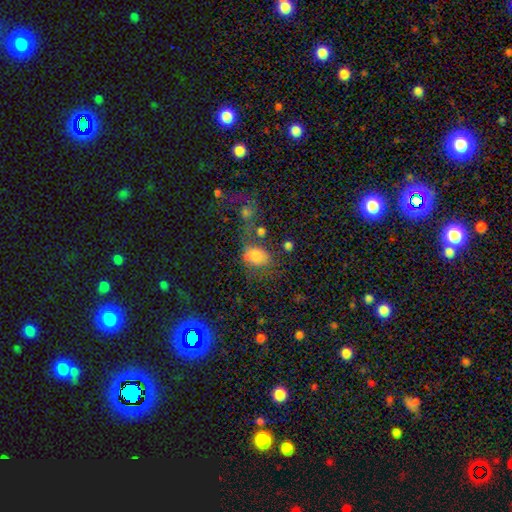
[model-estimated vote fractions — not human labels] Smooth or featured? Predicted: smooth (p=0.72). How rounded? Predicted: in between (p=0.59). Merging? Predicted: none (p=0.38).